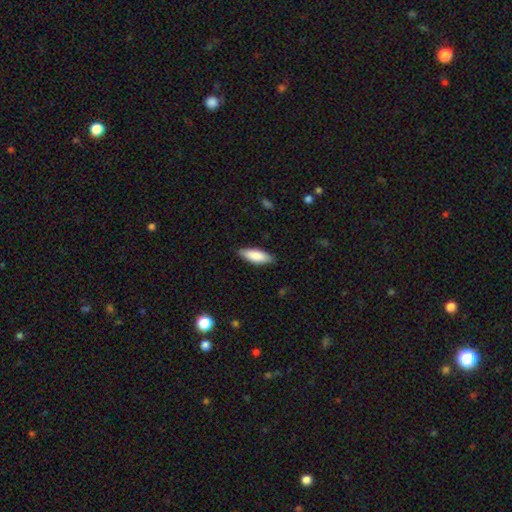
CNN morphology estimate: type=smooth (85%); roundness=in between (64%); merging=none (87%).